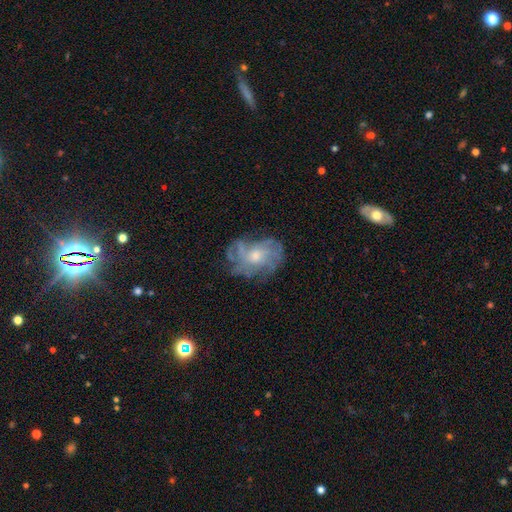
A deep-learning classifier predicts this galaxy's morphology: A featured or disk galaxy (73%) with no bar (76%), tight (40%) spiral arms (83%) and a moderate central bulge (56%).

Vote fractions:
- Smooth or featured? featured or disk: 73% / smooth: 17% / star or artifact: 10%
- Edge-on disk? no: 97% / yes: 3%
- Bar? no: 76% / weak: 21% / strong: 3%
- Spiral arms? yes: 83% / no: 17%
- Spiral winding? tight: 40% / medium: 38% / loose: 22%
- Spiral arm count? can't tell: 42% / 4: 19% / more than 4: 13% / 3: 12% / 2: 8% / 1: 6%
- Bulge size? moderate: 56% / small: 36% / large: 4% / none: 2% / dominant: 1%
- Merging? none: 65% / minor disturbance: 20% / major disturbance: 13% / merger: 2%